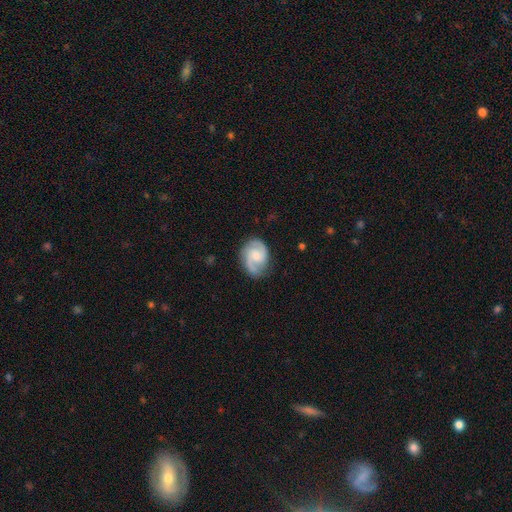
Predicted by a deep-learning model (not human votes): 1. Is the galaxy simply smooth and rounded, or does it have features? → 85% featured or disk, 10% smooth, 5% star or artifact.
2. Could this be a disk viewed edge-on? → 98% no, 2% yes.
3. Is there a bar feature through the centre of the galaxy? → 50% no, 43% weak, 7% strong.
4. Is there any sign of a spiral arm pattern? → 97% yes, 3% no.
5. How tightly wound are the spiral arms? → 54% medium, 32% tight, 14% loose.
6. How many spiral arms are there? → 90% 2, 4% can't tell, 3% 3, 2% 1, 1% 4, 1% more than 4.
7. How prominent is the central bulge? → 44% moderate, 41% small, 10% none, 4% large, 1% dominant.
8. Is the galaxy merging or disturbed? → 79% none, 15% minor disturbance, 4% major disturbance, 1% merger.